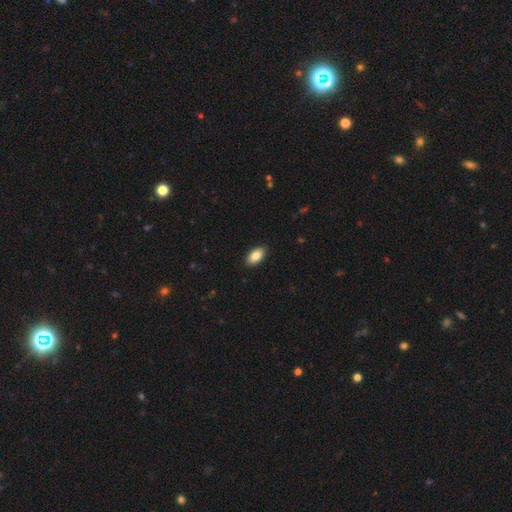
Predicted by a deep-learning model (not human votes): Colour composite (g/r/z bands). It shows a smooth galaxy with no disk features (86%) that is in between round and cigar-shaped (94%). Merging: none (90%).